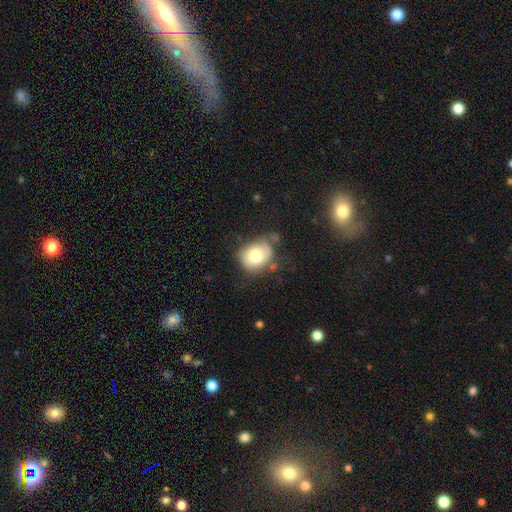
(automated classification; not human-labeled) A smooth galaxy with no disk features (74%) that is round (55%). Merging: none (56%).